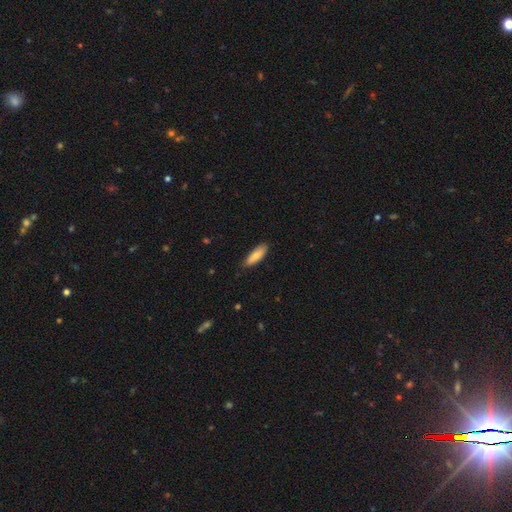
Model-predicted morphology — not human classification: type=smooth (81%); roundness=in between (55%); merging=none (83%).